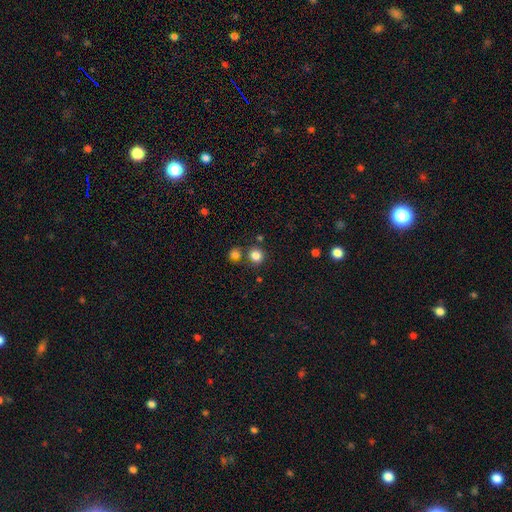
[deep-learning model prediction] A smooth galaxy with no disk features (82%) that is round (91%). Merging: none (72%).